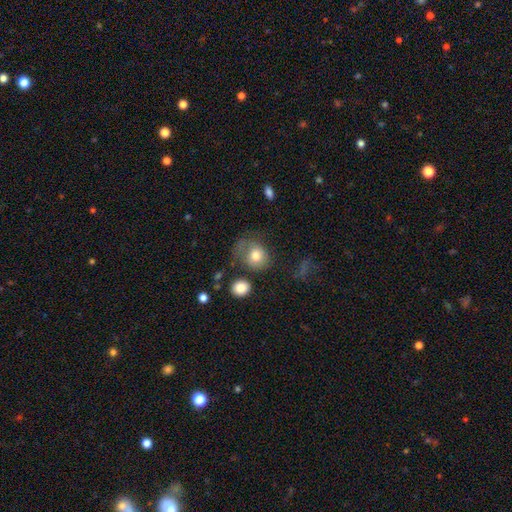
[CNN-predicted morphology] Smooth or featured?
  - smooth: 76% *
  - featured or disk: 15%
  - star or artifact: 9%
How rounded?
  - round: 65% *
  - in between: 34%
  - cigar-shaped: 1%
Merging?
  - none: 38% *
  - major disturbance: 31%
  - minor disturbance: 26%
  - merger: 6%